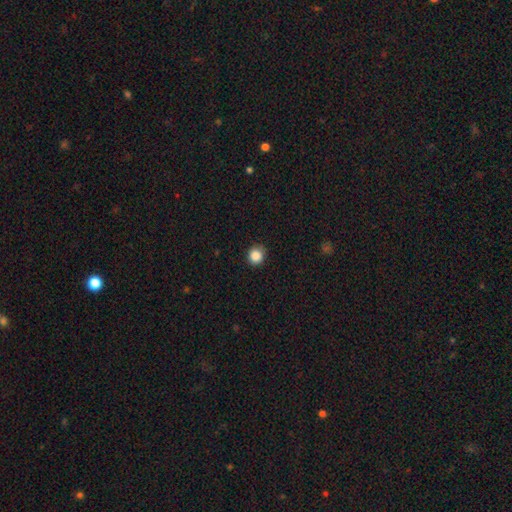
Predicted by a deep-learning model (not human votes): smooth-or-featured: smooth: 87% | star or artifact: 10% | featured or disk: 3%
  how-rounded: round: 89% | in between: 10% | cigar-shaped: 1%
  merging: none: 84% | minor disturbance: 12% | major disturbance: 3% | merger: 1%